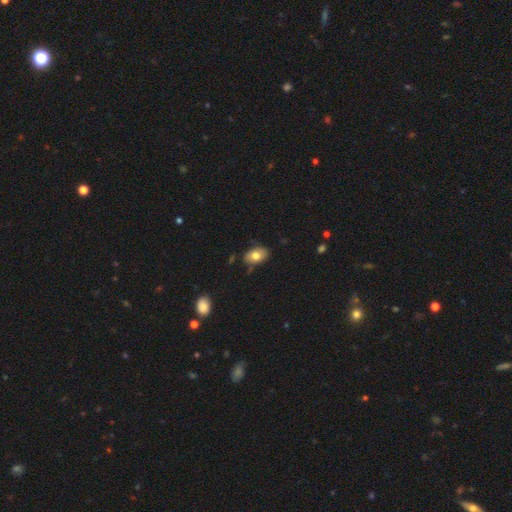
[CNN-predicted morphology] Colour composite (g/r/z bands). It shows a smooth galaxy with no disk features (77%) that is in between round and cigar-shaped (88%). Merging: none (76%).